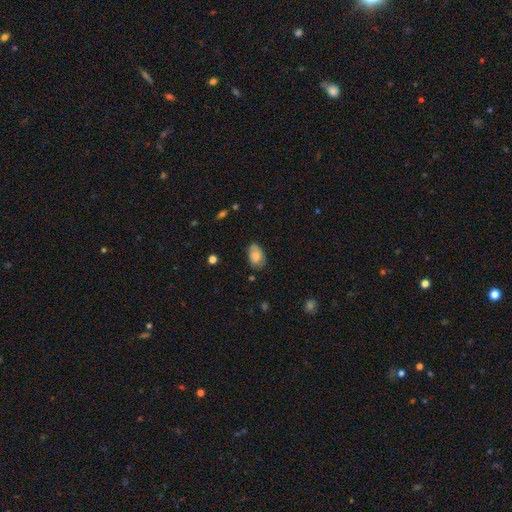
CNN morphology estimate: Smooth or featured? Predicted: smooth (p=0.73). How rounded? Predicted: in between (p=0.90). Merging? Predicted: none (p=0.71).